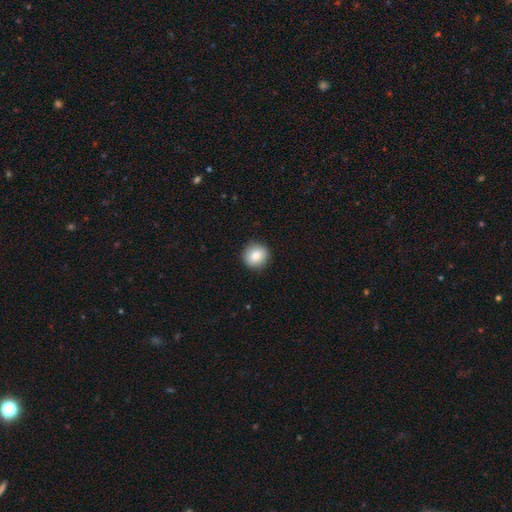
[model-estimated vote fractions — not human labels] This is clearly a smooth galaxy (83%). How rounded: clearly round (93%). Merging: clearly none (91%).